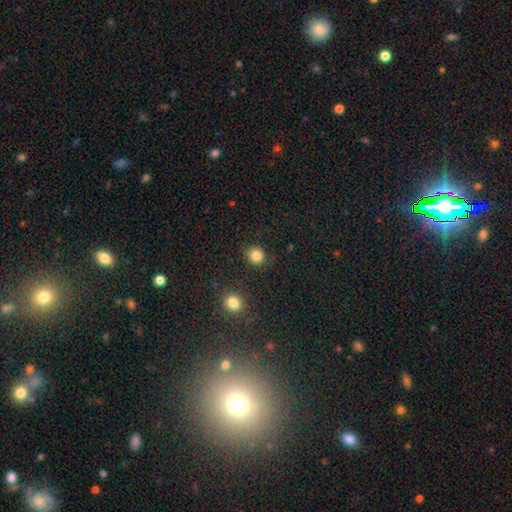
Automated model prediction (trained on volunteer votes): The model was most divided on "smooth or featured": smooth: 85%, star or artifact: 11%, featured or disk: 4%. More confident: how rounded — round (89%); merging — none (87%).